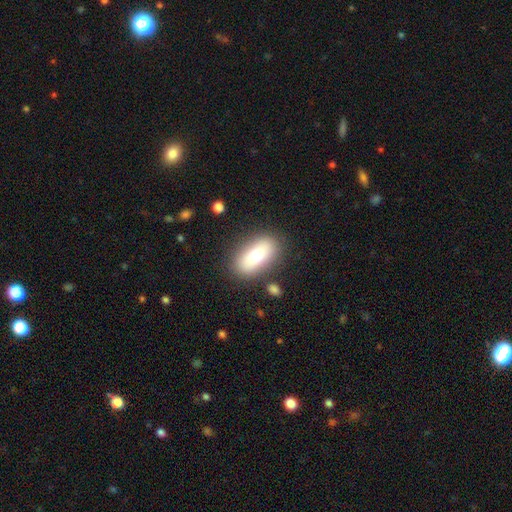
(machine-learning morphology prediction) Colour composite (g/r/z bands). It shows a smooth galaxy with no disk features (76%) that is in between round and cigar-shaped (86%). Merging: none (82%).